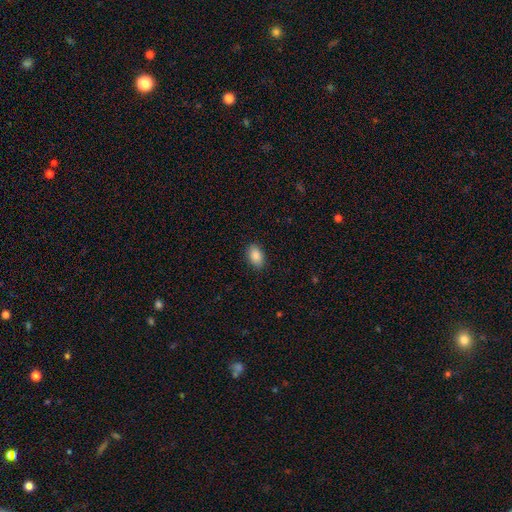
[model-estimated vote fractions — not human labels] Smooth or featured? smooth (88%)
How rounded? in between (89%)
Merging? none (88%)